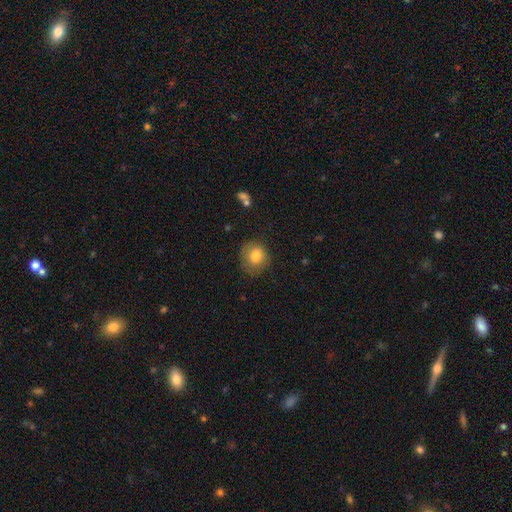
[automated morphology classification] Q: Smooth or featured?
A: smooth (80%); runner-up: featured or disk (11%)
Q: How rounded?
A: round (80%); runner-up: in between (19%)
Q: Merging?
A: none (71%); runner-up: minor disturbance (20%)